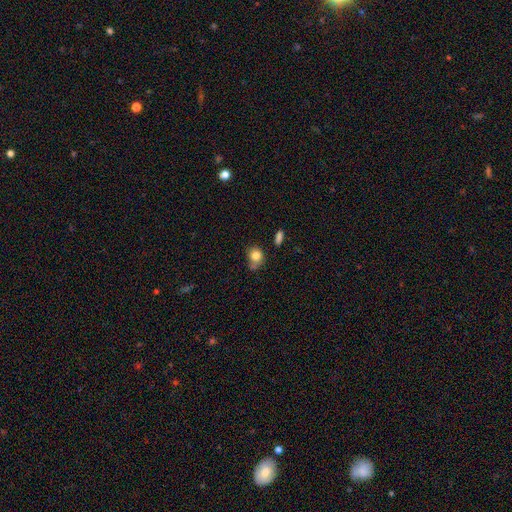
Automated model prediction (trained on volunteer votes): A smooth galaxy with no disk features (81%) that is round (65%).

Vote fractions:
- Smooth or featured? smooth: 81% / featured or disk: 10% / star or artifact: 9%
- How rounded? round: 65% / in between: 34% / cigar-shaped: 1%
- Merging? none: 46% / minor disturbance: 33% / major disturbance: 13% / merger: 8%